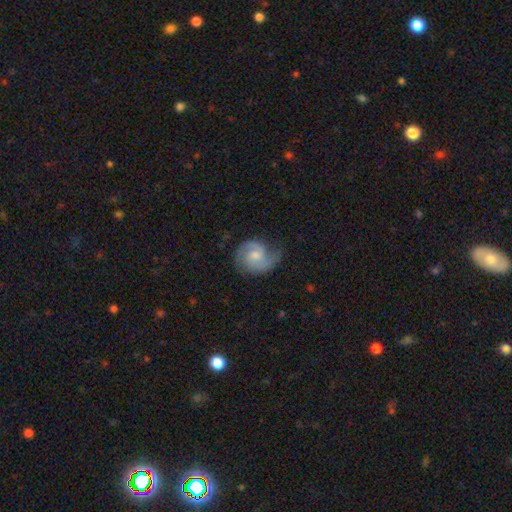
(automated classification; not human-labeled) A featured or disk galaxy (75%) with a weak bar (48%), 2 (80%) medium (49%) spiral arms (95%) and a moderate central bulge (49%). Merging: none (59%).